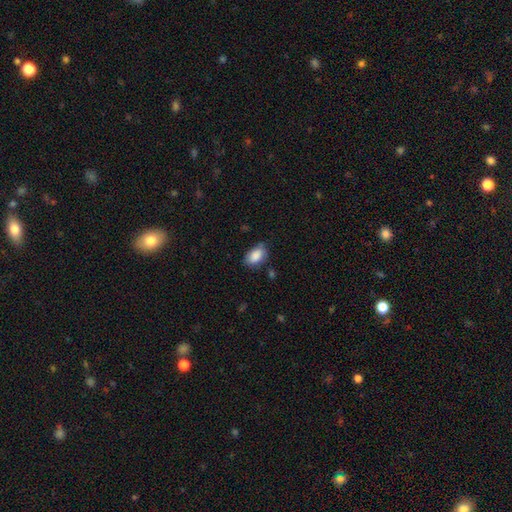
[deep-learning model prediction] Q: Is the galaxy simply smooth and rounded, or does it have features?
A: smooth — 87%.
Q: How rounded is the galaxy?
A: in between — 90%.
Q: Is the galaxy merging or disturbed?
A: none — 66%.